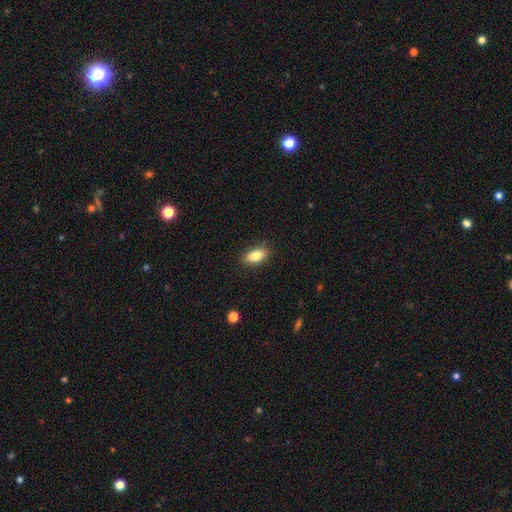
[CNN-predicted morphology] smooth_or_featured: smooth (p=0.84) [alt: featured or disk p=0.09]
how_rounded: in between (p=0.89) [alt: round p=0.06]
merging: none (p=0.87) [alt: minor disturbance p=0.09]